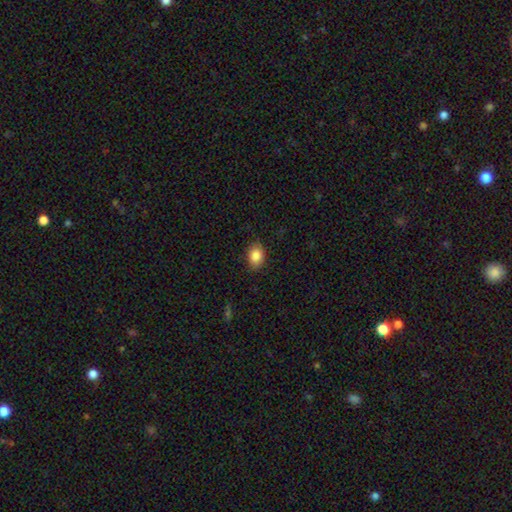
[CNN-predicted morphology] Smooth or featured?
  - smooth: 86% *
  - star or artifact: 8%
  - featured or disk: 6%
How rounded?
  - in between: 76% *
  - round: 23%
  - cigar-shaped: 1%
Merging?
  - none: 86% *
  - minor disturbance: 11%
  - major disturbance: 2%
  - merger: 1%